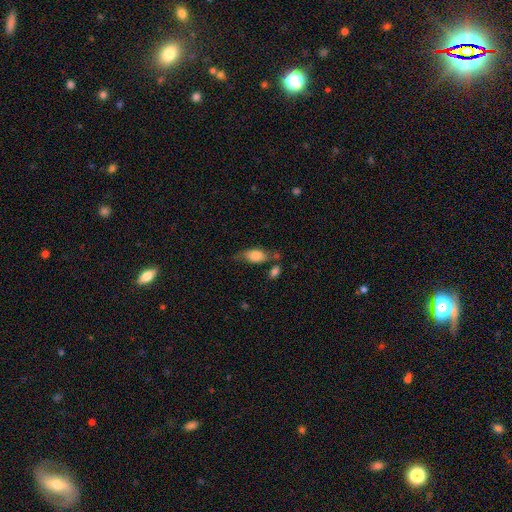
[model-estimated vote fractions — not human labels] Morphology: type=smooth (70%); roundness=in between (85%); merging=none (50%).